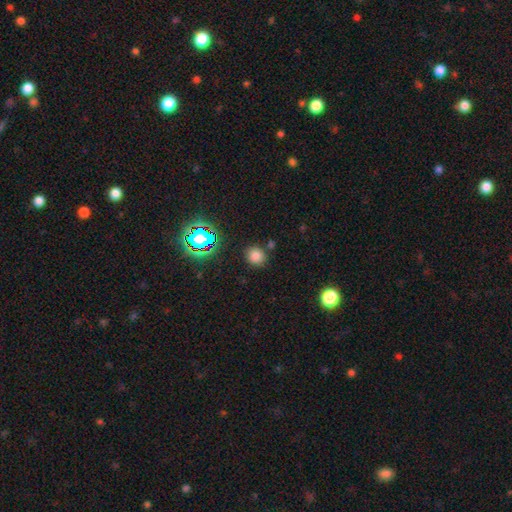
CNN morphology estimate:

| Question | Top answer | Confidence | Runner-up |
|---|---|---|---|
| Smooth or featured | smooth | 75% | star or artifact (19%) |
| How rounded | round | 82% | in between (17%) |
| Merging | none | 82% | minor disturbance (9%) |